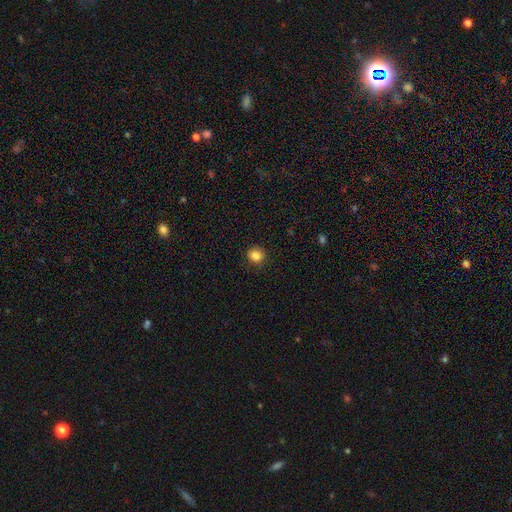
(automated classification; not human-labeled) smooth_or_featured: smooth (p=0.85) [alt: star or artifact p=0.11]
how_rounded: round (p=0.83) [alt: in between p=0.16]
merging: none (p=0.89) [alt: minor disturbance p=0.08]